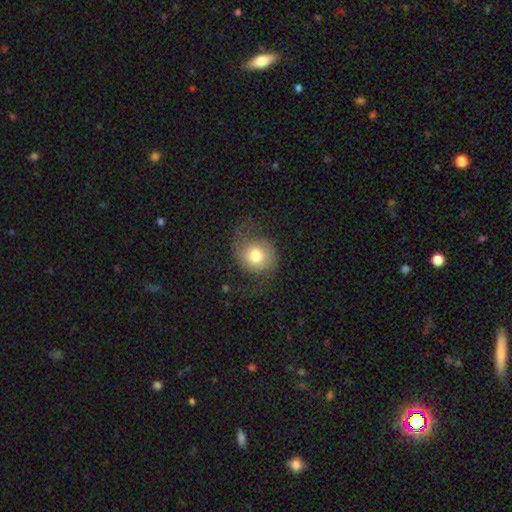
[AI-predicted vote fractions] Smooth or featured: smooth — 60% (featured or disk — 31%)
How rounded: round — 79% (in between — 20%)
Merging: none — 54% (major disturbance — 24%)